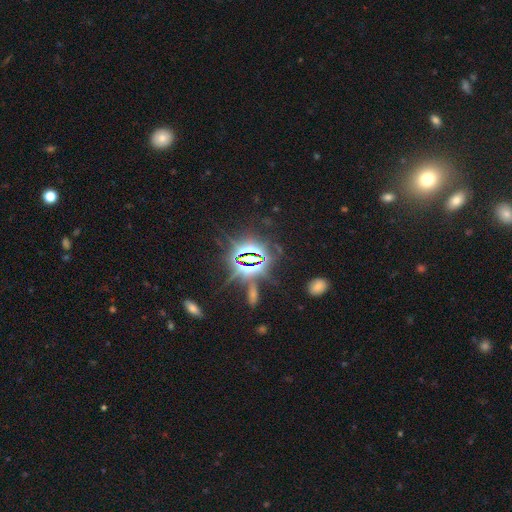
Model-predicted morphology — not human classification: A star or artifact, not a galaxy (82%).